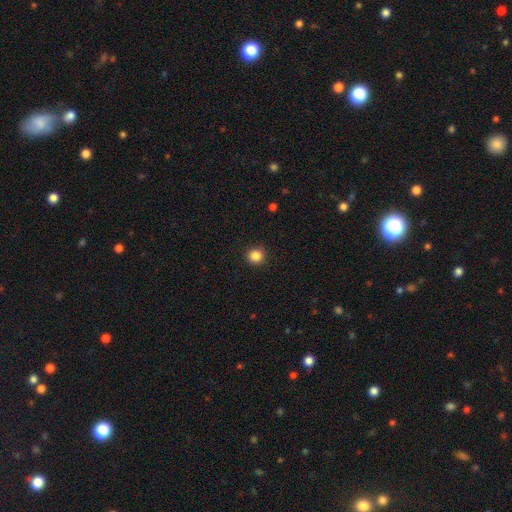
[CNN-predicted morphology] Smooth or featured? Predicted: smooth (p=0.85). How rounded? Predicted: round (p=0.94). Merging? Predicted: none (p=0.92).